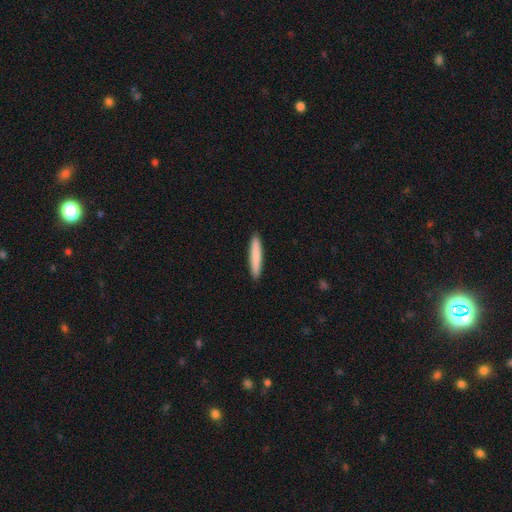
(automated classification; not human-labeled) Overall: smooth (81%). How rounded: cigar-shaped (94%). Merging: none (93%).